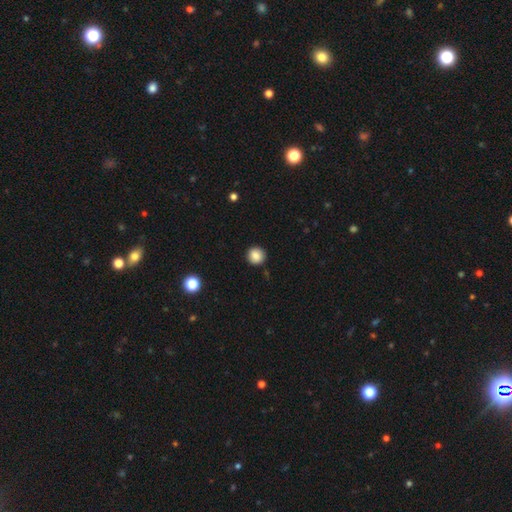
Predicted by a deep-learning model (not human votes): Overall: smooth (86%). How rounded: round (95%). Merging: none (91%).